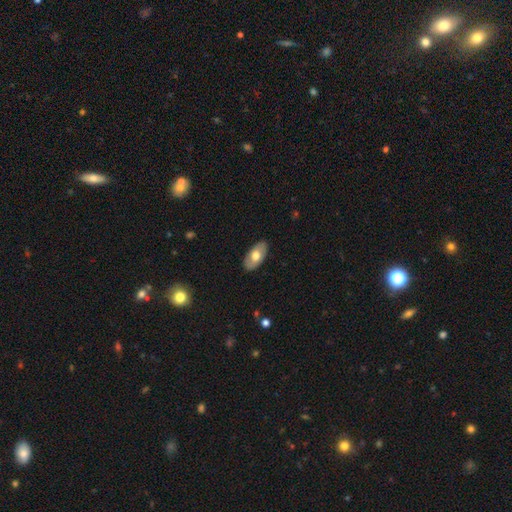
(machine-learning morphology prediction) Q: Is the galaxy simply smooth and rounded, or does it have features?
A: smooth — 64%.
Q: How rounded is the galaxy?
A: in between — 94%.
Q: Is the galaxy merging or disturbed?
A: none — 86%.